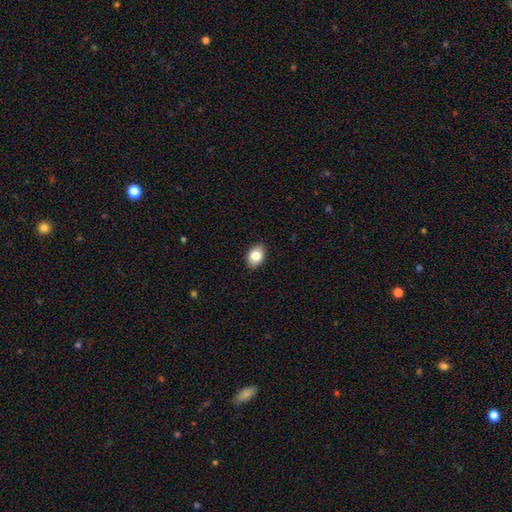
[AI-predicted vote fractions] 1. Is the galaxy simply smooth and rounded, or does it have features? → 84% smooth, 8% star or artifact, 8% featured or disk.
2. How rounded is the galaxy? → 75% in between, 24% round, 1% cigar-shaped.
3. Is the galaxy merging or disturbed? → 90% none, 8% minor disturbance, 2% major disturbance, 1% merger.